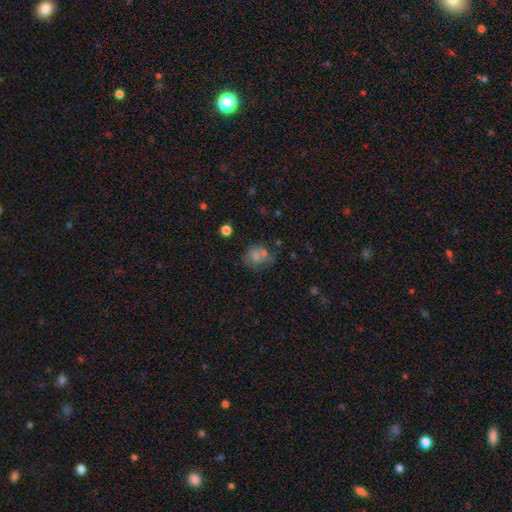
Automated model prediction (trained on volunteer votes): Morphology: type=smooth (55%); roundness=round (60%); merging=none (51%).